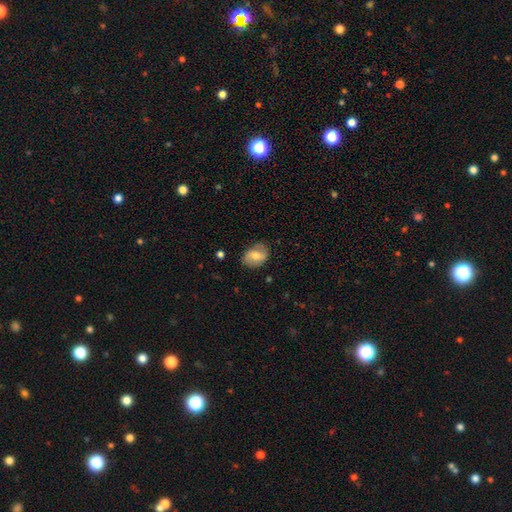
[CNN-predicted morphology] Smooth or featured?
  - smooth: 55% *
  - featured or disk: 38%
  - star or artifact: 7%
How rounded?
  - in between: 71% *
  - round: 28%
  - cigar-shaped: 1%
Merging?
  - none: 76% *
  - minor disturbance: 17%
  - major disturbance: 5%
  - merger: 1%